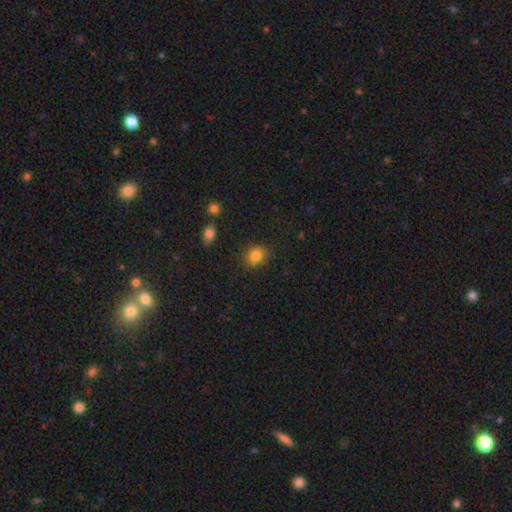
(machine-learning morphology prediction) type=smooth (83%); roundness=round (63%); merging=none (79%).